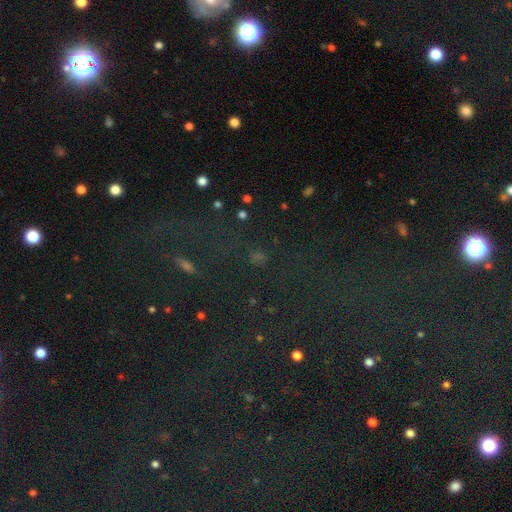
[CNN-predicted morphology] Smooth or featured: star or artifact — 67% (smooth — 22%)